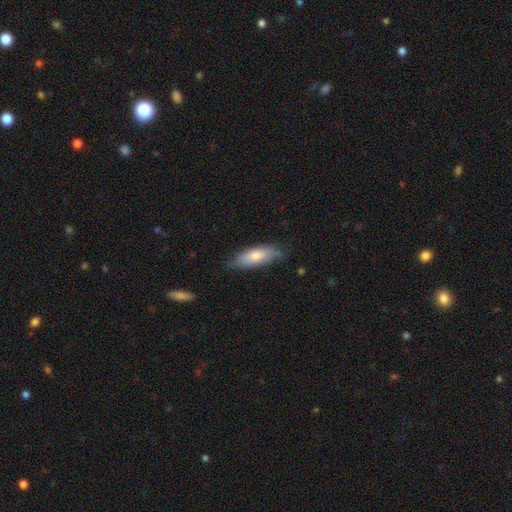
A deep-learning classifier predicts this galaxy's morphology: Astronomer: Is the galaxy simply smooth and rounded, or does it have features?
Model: smooth — 69%.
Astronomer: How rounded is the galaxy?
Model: in between — 61% (runner-up: cigar-shaped, 38%).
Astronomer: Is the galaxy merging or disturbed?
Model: none — 69%.